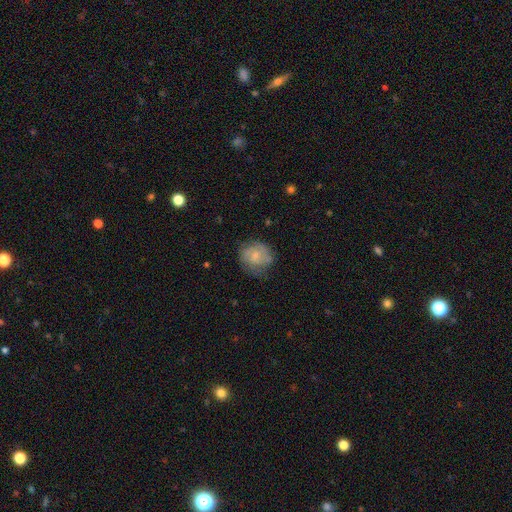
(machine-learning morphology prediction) type=smooth (57%); roundness=round (81%); merging=none (66%).